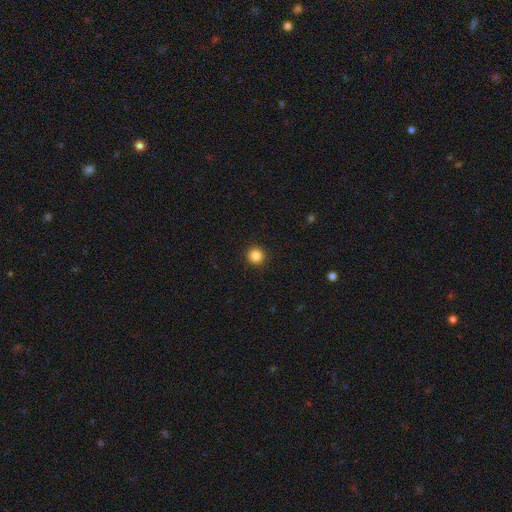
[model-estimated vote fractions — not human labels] Smooth or featured? smooth (85%)
How rounded? round (95%)
Merging? none (93%)